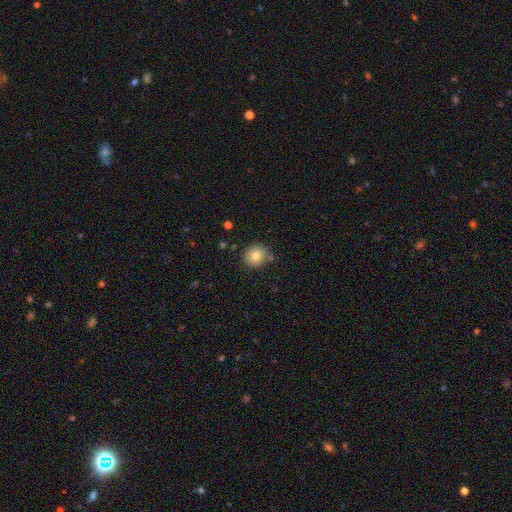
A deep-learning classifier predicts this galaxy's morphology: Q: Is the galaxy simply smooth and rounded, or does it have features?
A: smooth — 80%.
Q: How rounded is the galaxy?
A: round — 81%.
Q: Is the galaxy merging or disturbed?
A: none — 81%.